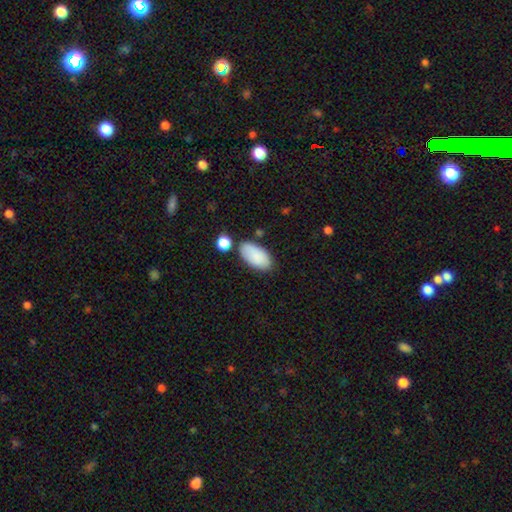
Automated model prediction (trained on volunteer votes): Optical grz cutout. It shows a smooth galaxy with no disk features (88%) that is in between round and cigar-shaped (95%). Merging: none (74%).